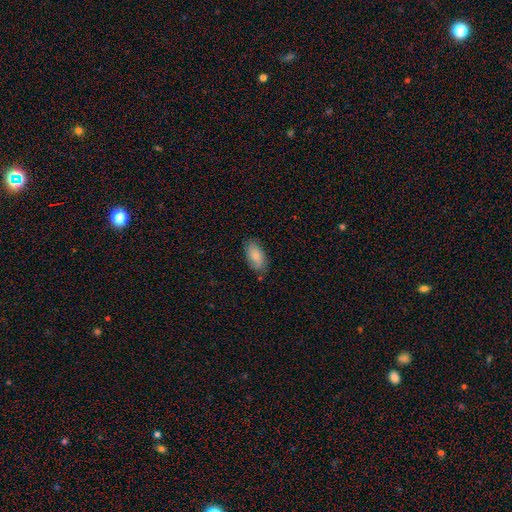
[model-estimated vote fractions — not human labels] This is likely a smooth galaxy (79%). How rounded: clearly in between (93%). Merging: likely none (77%).